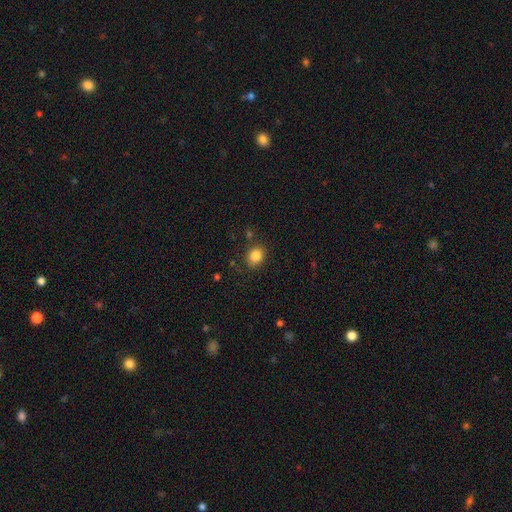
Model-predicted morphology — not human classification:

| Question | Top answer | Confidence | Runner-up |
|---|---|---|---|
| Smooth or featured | smooth | 84% | star or artifact (10%) |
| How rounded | round | 61% | in between (38%) |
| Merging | none | 83% | minor disturbance (11%) |